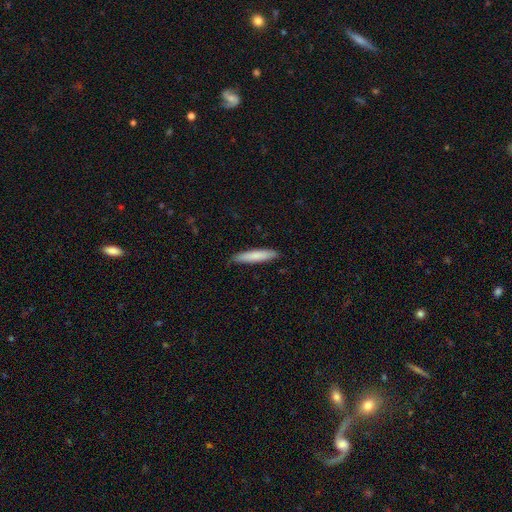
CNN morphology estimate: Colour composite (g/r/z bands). It shows a smooth galaxy with no disk features (80%) that is cigar-shaped (89%). Merging: none (86%).